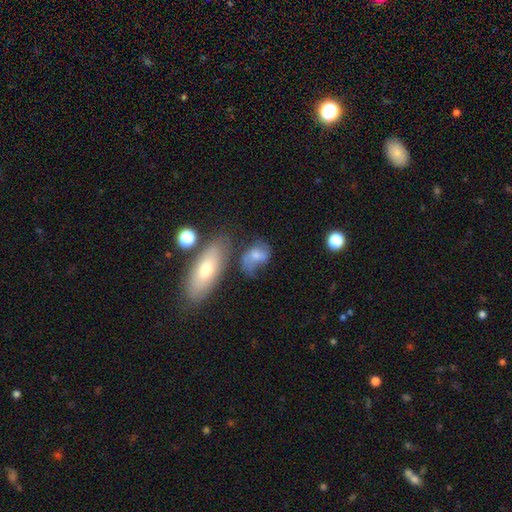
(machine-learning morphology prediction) This appears to be a smooth galaxy with no disk features (59%) that is in between round and cigar-shaped (73%). Merging: none (36%).